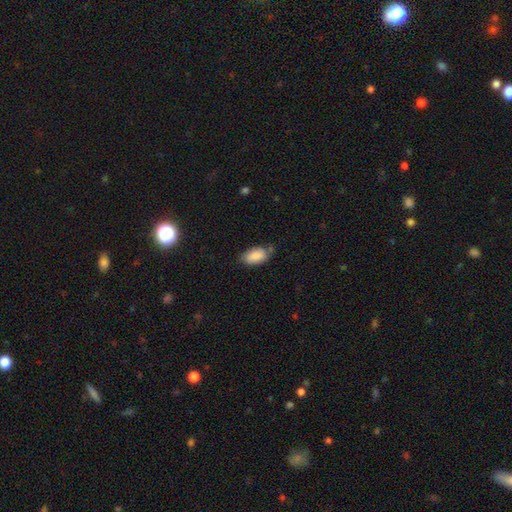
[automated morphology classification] Smooth or featured? Predicted: smooth (p=0.85). How rounded? Predicted: in between (p=0.94). Merging? Predicted: none (p=0.62).